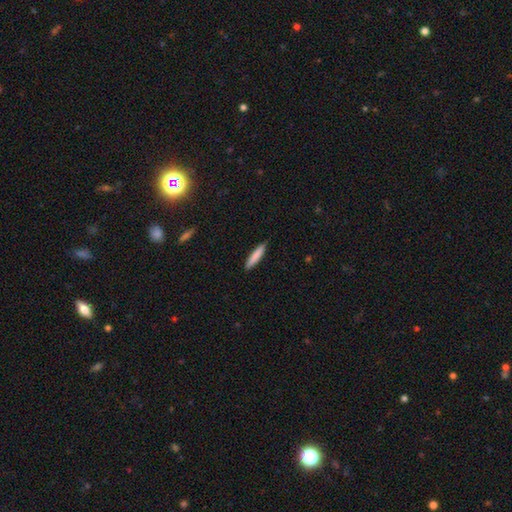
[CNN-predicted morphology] smooth-or-featured: smooth: 83% | featured or disk: 12% | star or artifact: 6%
  how-rounded: cigar-shaped: 89% | in between: 9% | round: 1%
  merging: none: 89% | minor disturbance: 9% | major disturbance: 2% | merger: 1%